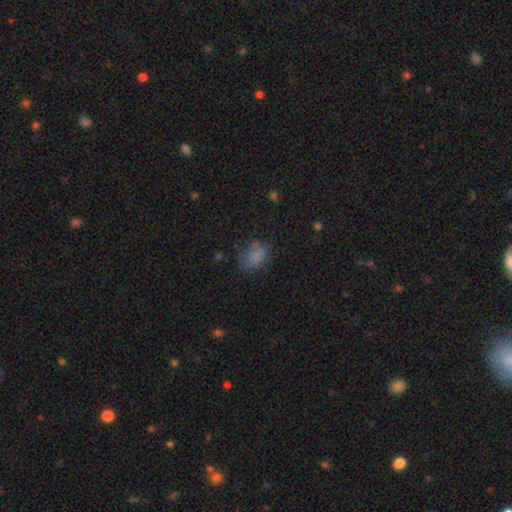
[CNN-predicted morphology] type=smooth (77%); roundness=in between (79%); merging=none (61%).